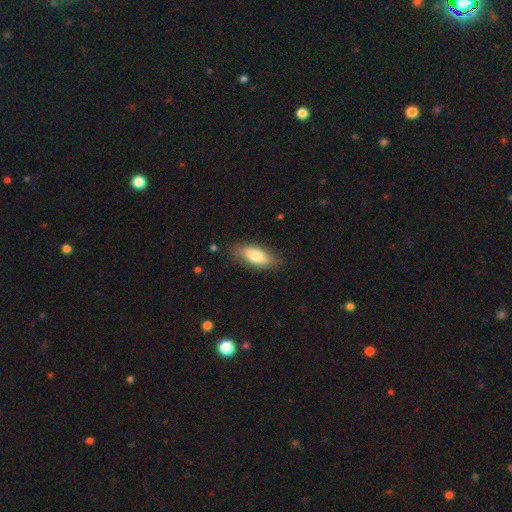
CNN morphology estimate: smooth-or-featured: smooth: 75% | featured or disk: 19% | star or artifact: 6%
  how-rounded: in between: 81% | cigar-shaped: 16% | round: 3%
  merging: none: 81% | minor disturbance: 14% | major disturbance: 3% | merger: 1%